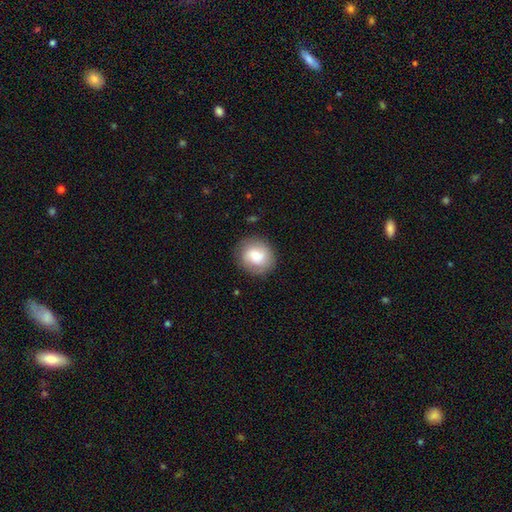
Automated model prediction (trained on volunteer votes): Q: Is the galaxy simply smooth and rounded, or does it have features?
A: smooth — 72%.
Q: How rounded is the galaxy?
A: round — 85%.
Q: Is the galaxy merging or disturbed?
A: none — 85%.